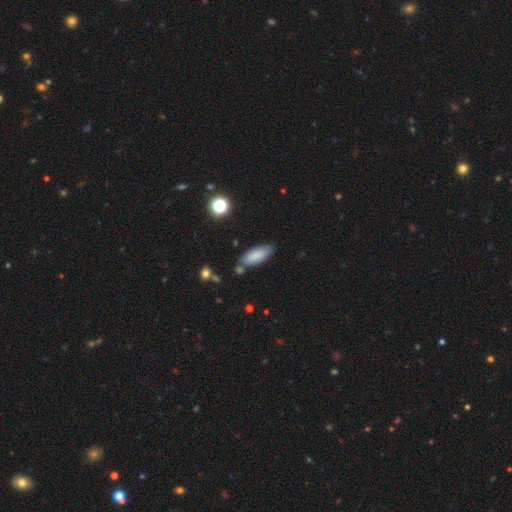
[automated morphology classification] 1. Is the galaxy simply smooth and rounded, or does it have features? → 83% smooth, 10% featured or disk, 7% star or artifact.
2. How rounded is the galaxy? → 72% in between, 26% cigar-shaped, 2% round.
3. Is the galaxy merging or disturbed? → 76% none, 15% minor disturbance, 6% merger, 3% major disturbance.